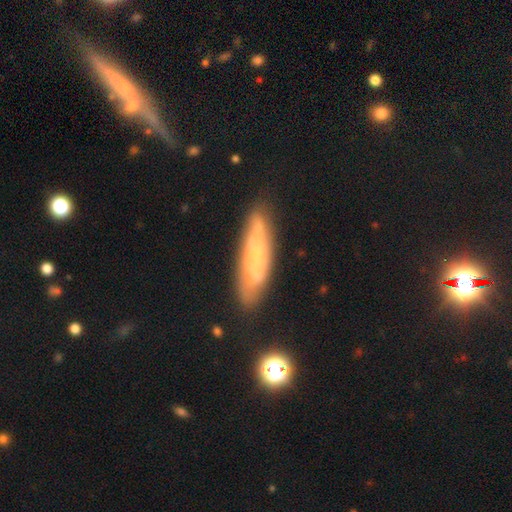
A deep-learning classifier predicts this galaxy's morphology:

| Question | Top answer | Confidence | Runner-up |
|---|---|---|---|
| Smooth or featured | featured or disk | 54% | smooth (37%) |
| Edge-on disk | no | 60% | yes (40%) |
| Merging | none | 76% | minor disturbance (17%) |